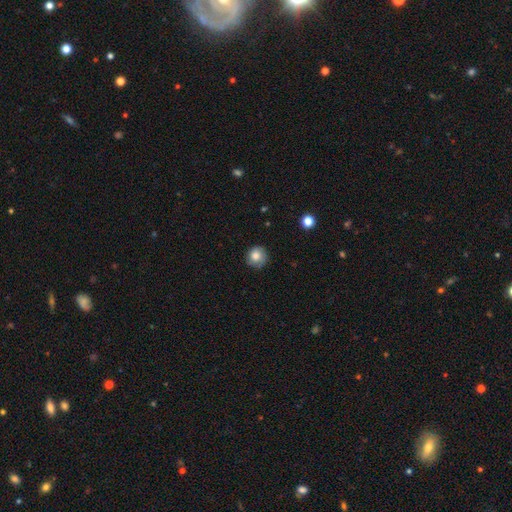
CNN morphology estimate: smooth 78%, featured or disk 14%, star or artifact 9%. Down the decision tree: how rounded — round (90%); merging — none (79%).